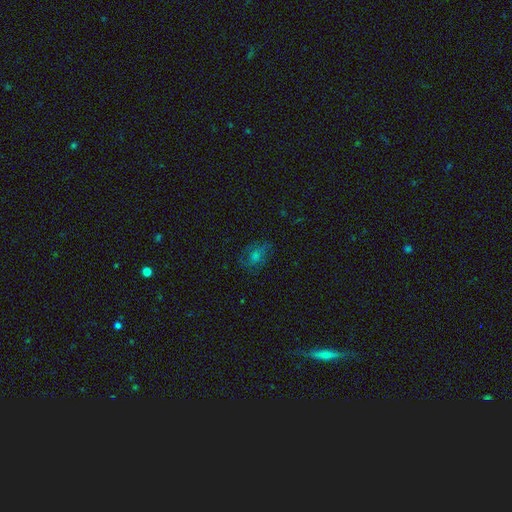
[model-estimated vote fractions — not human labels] Morphology: type=smooth (36%, tied with featured or disk); merging=none (72%).